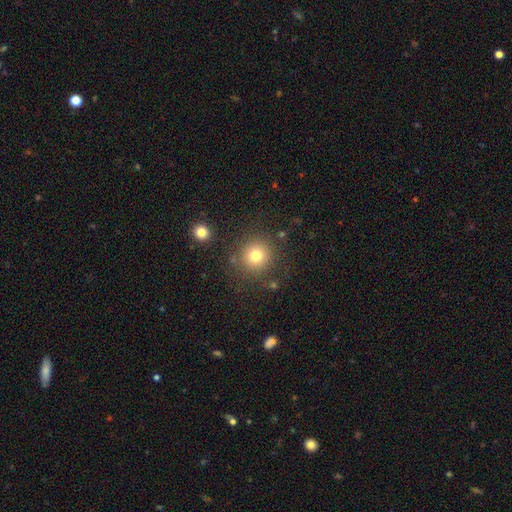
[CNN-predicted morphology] Q: Smooth or featured?
A: smooth (77%); runner-up: star or artifact (13%)
Q: How rounded?
A: round (93%); runner-up: in between (6%)
Q: Merging?
A: none (84%); runner-up: minor disturbance (8%)